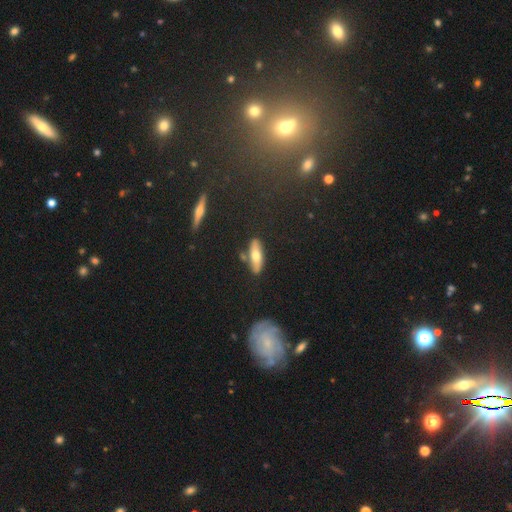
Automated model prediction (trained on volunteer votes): Q: Smooth or featured?
A: smooth (59%); runner-up: featured or disk (32%)
Q: How rounded?
A: in between (55%); runner-up: cigar-shaped (42%)
Q: Merging?
A: none (76%); runner-up: minor disturbance (15%)